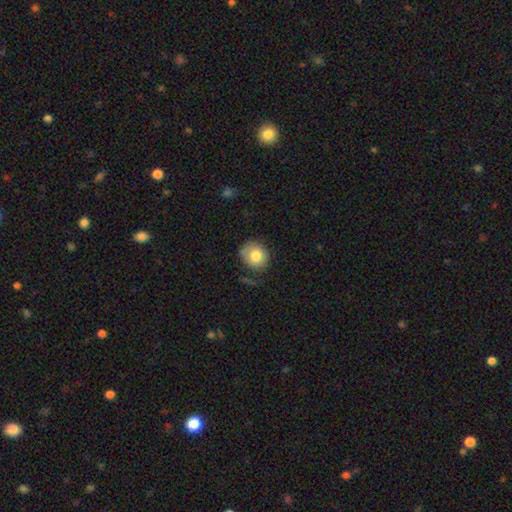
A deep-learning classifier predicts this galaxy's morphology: Smooth or featured?
  - smooth: 79% *
  - featured or disk: 12%
  - star or artifact: 8%
How rounded?
  - round: 75% *
  - in between: 24%
  - cigar-shaped: 1%
Merging?
  - none: 71% *
  - minor disturbance: 20%
  - major disturbance: 6%
  - merger: 3%